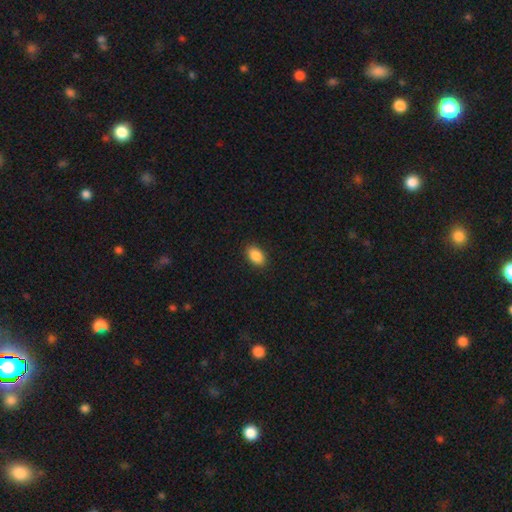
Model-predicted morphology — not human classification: Overall: smooth (88%). How rounded: in between (91%). Merging: none (90%).